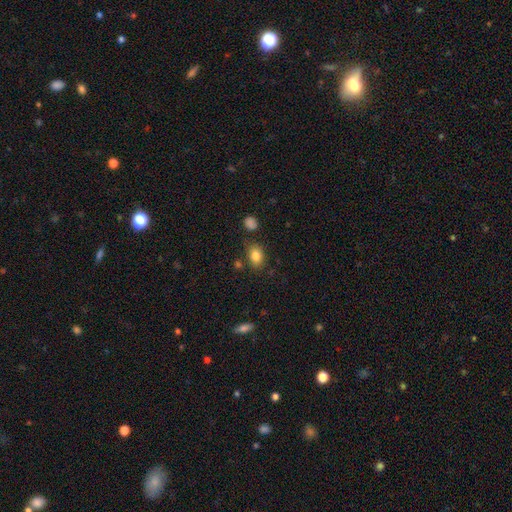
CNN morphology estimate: smooth 83%, star or artifact 10%, featured or disk 8%. Down the decision tree: how rounded — in between (69%); merging — none (77%).